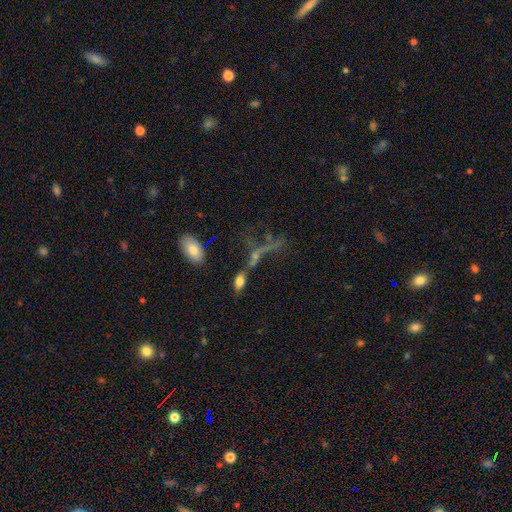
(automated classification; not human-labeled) smooth-or-featured: featured or disk: 38% | smooth: 36% | star or artifact: 26%
  merging: none: 36% | major disturbance: 25% | merger: 25% | minor disturbance: 13%